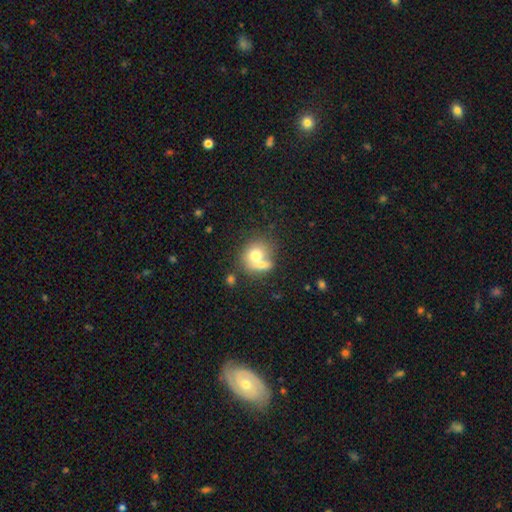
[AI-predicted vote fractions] Smooth or featured? smooth (69%)
How rounded? round (68%)
Merging? merger (56%)